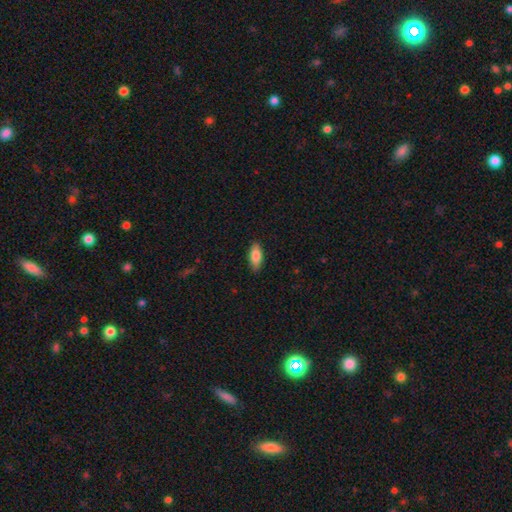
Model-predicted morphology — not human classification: A smooth galaxy with no disk features (83%) that is in between round and cigar-shaped (81%).

Vote fractions:
- Smooth or featured? smooth: 83% / featured or disk: 10% / star or artifact: 6%
- How rounded? in between: 81% / cigar-shaped: 17% / round: 2%
- Merging? none: 87% / minor disturbance: 10% / major disturbance: 2% / merger: 1%